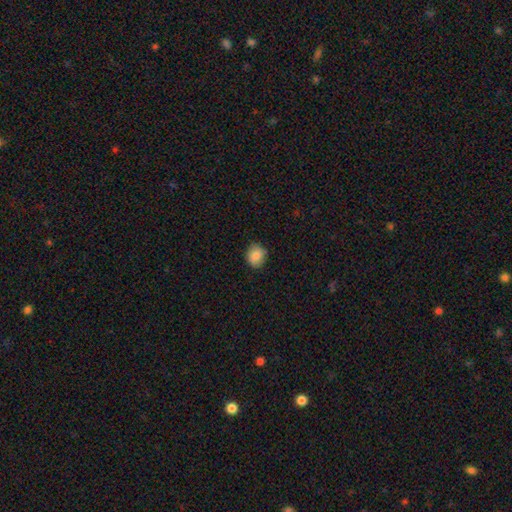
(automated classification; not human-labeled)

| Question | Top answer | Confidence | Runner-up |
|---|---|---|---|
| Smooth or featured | smooth | 86% | star or artifact (8%) |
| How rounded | round | 72% | in between (27%) |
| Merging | none | 83% | minor disturbance (14%) |